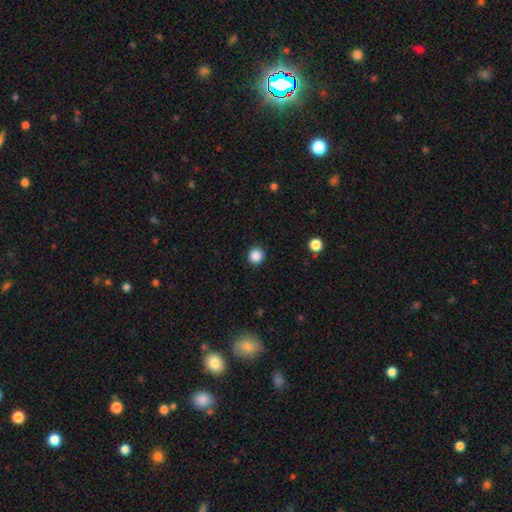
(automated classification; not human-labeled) This is clearly a smooth galaxy (87%). How rounded: clearly round (95%). Merging: clearly none (92%).